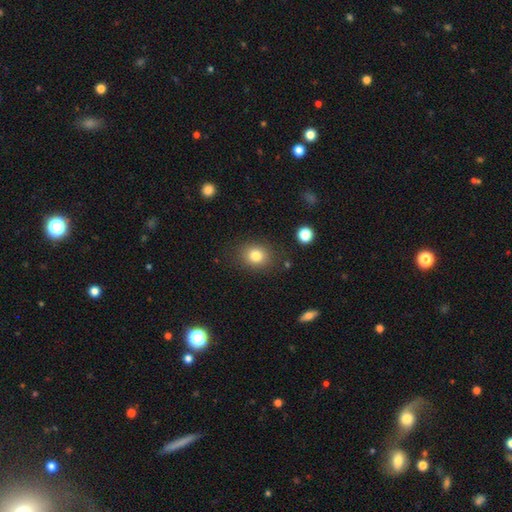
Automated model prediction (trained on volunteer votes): The model was most divided on "how rounded": round: 65%, in between: 34%, cigar-shaped: 1%. More confident: merging — none (84%); smooth or featured — smooth (80%).